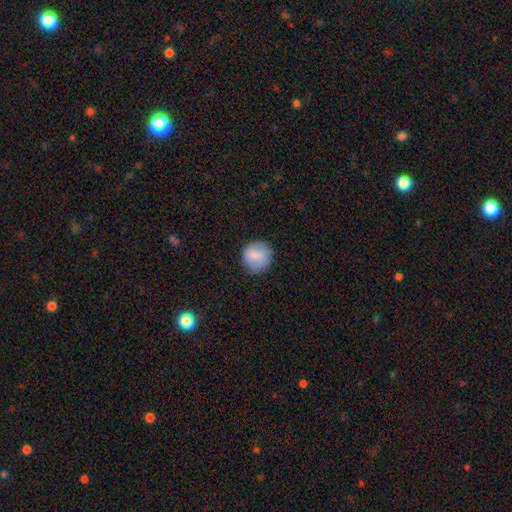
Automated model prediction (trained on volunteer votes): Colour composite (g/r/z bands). It shows a smooth galaxy with no disk features (77%) that is round (91%). Merging: none (85%).